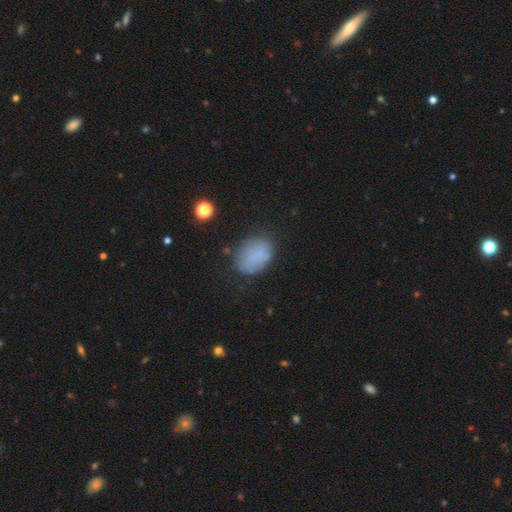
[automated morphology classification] Q: Smooth or featured?
A: smooth (77%); runner-up: featured or disk (12%)
Q: How rounded?
A: in between (72%); runner-up: round (27%)
Q: Merging?
A: none (65%); runner-up: minor disturbance (23%)